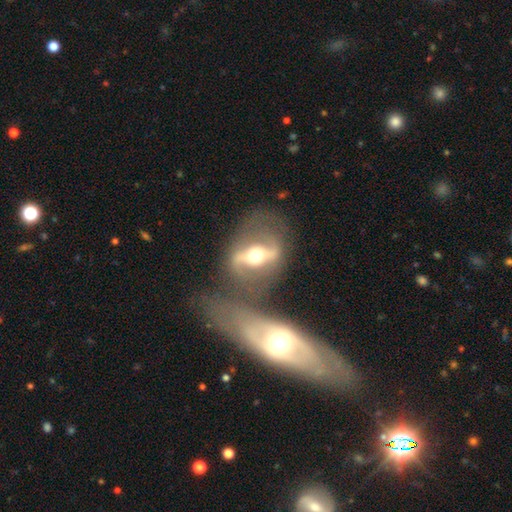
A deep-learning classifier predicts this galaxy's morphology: Smooth or featured? featured or disk (80%)
Edge-on disk? no (82%)
Bar? strong (63%)
Spiral arms? yes (73%)
Bulge size? moderate (71%)
Merging? none (44%)